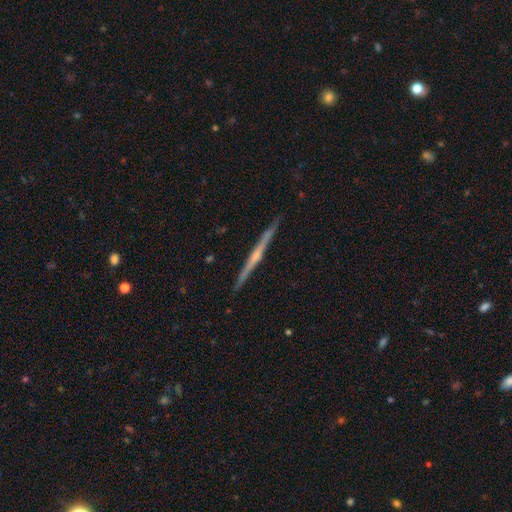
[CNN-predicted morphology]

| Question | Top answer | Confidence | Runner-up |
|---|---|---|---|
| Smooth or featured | featured or disk | 78% | smooth (16%) |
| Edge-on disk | yes | 98% | no (2%) |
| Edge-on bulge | rounded | 61% | none (31%) |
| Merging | none | 92% | minor disturbance (6%) |